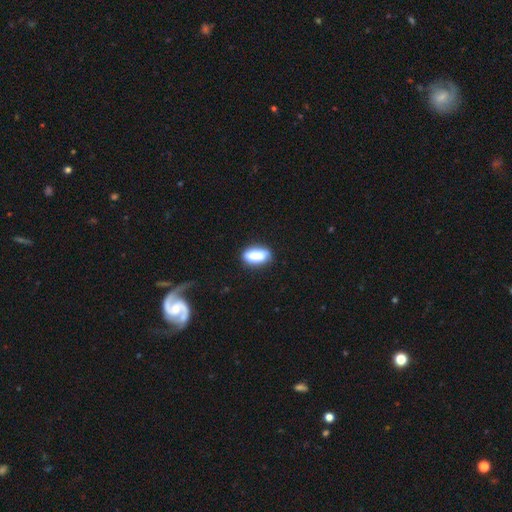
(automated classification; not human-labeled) smooth 82%, featured or disk 10%, star or artifact 8%. Down the decision tree: how rounded — in between (81%); merging — none (76%).